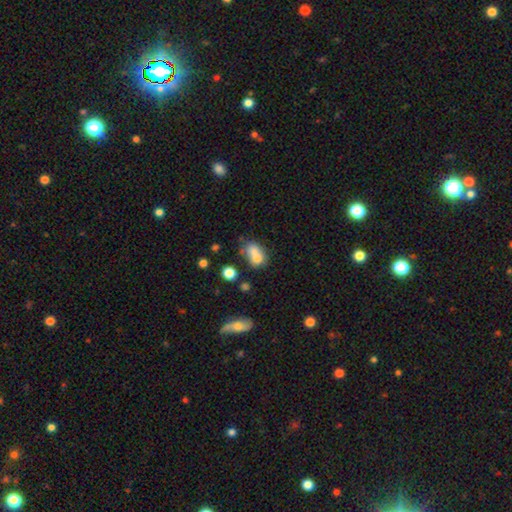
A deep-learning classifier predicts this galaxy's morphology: Smooth or featured: smooth — 72% (featured or disk — 18%)
How rounded: in between — 68% (round — 30%)
Merging: merger — 53% (none — 28%)